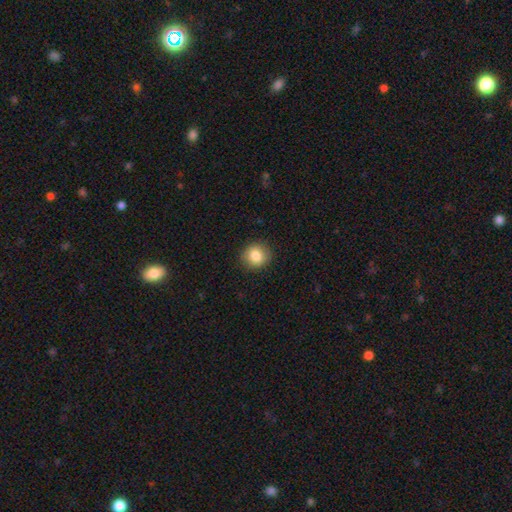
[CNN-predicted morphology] Smooth or featured? smooth (84%)
How rounded? round (84%)
Merging? none (90%)